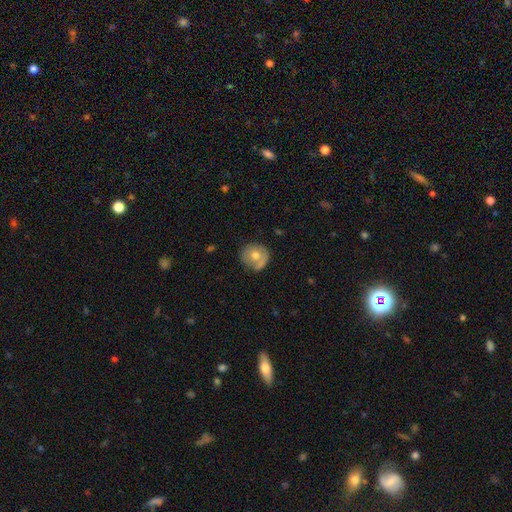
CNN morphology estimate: Q: Smooth or featured?
A: smooth (61%); runner-up: featured or disk (31%)
Q: How rounded?
A: round (90%); runner-up: in between (9%)
Q: Merging?
A: none (68%); runner-up: minor disturbance (21%)